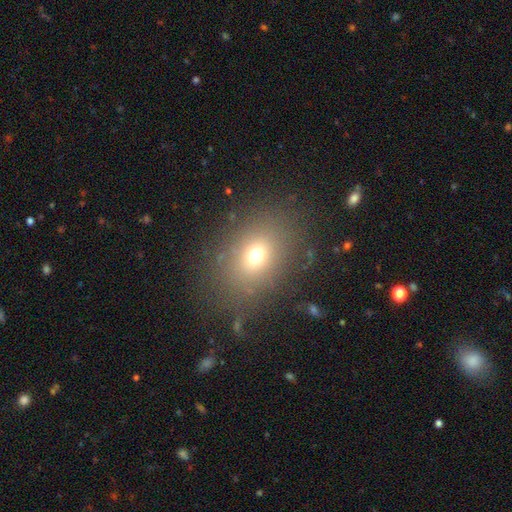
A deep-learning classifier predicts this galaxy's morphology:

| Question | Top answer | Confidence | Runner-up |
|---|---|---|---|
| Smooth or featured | smooth | 68% | star or artifact (19%) |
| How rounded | in between | 54% | round (45%) |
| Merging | none | 78% | minor disturbance (12%) |